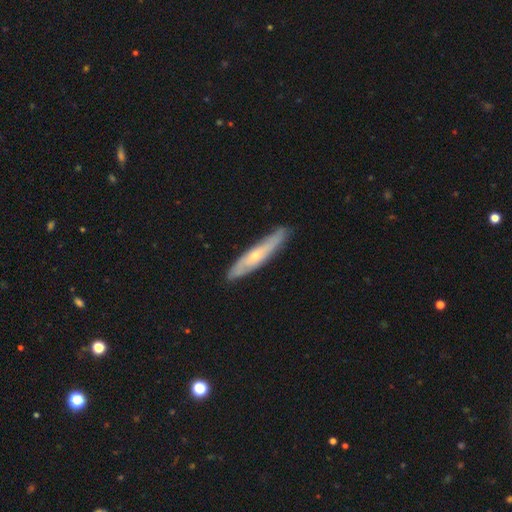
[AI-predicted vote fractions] The model was most divided on "smooth or featured": featured or disk: 57%, smooth: 37%, star or artifact: 6%. More confident: merging — none (82%); edge-on disk — yes (66%).